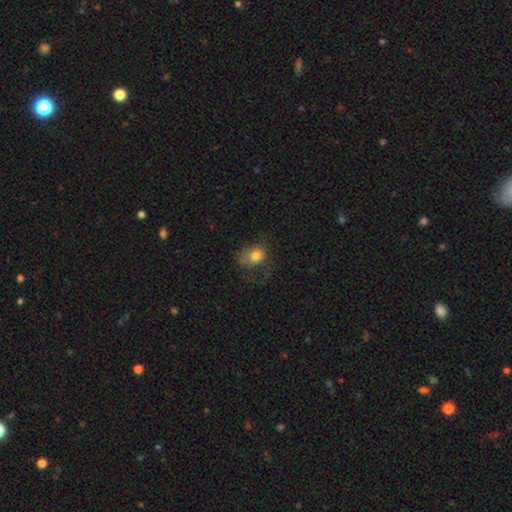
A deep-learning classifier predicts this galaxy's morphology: Smooth or featured? smooth (75%)
How rounded? in between (53%)
Merging? none (40%)